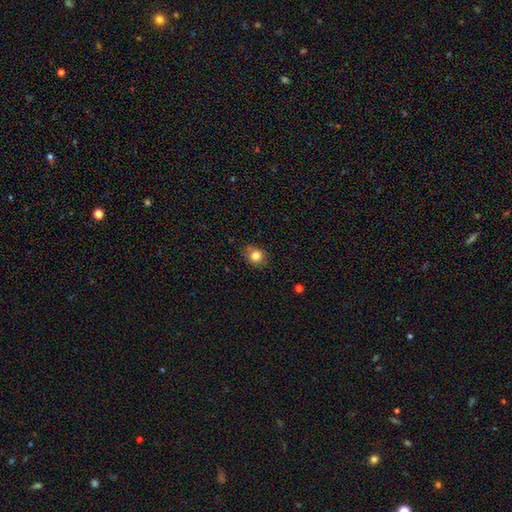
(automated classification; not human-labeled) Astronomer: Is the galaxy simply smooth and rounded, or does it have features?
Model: smooth — 82%.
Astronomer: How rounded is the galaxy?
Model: round — 75%.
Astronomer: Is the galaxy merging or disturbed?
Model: none — 79%.